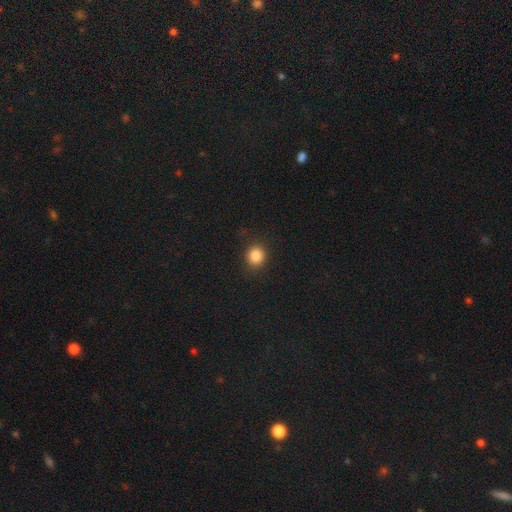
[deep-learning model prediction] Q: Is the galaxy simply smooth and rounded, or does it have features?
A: smooth — 86%.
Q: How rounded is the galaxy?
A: round — 85%.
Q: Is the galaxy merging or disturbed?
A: none — 87%.